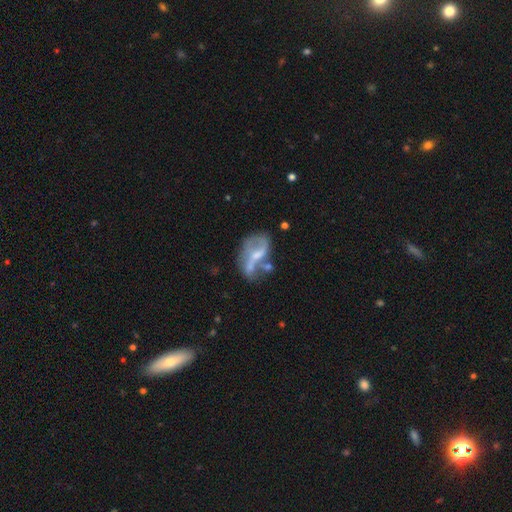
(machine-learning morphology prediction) This is likely a featured or disk galaxy (70%). It is clearly not viewed edge-on (96%). Bar: marginally weak (41%). Spiral arm pattern: likely yes (69%). Central bulge: possibly small (45%). Merging: marginally none (36%).